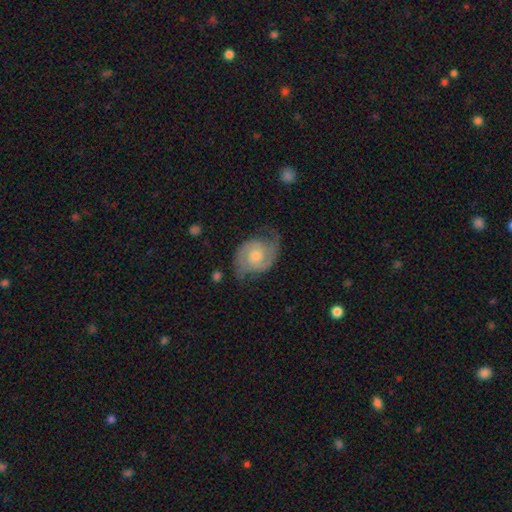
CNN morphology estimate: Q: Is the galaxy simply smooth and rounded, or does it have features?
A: featured or disk — 86%.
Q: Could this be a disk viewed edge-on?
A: no — 98%.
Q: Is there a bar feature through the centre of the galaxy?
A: no — 67%.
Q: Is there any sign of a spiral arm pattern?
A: yes — 97%.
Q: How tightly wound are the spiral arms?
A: medium — 49%.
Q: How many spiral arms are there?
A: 2 — 91%.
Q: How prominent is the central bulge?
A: moderate — 64%.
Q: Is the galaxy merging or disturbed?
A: none — 73%.